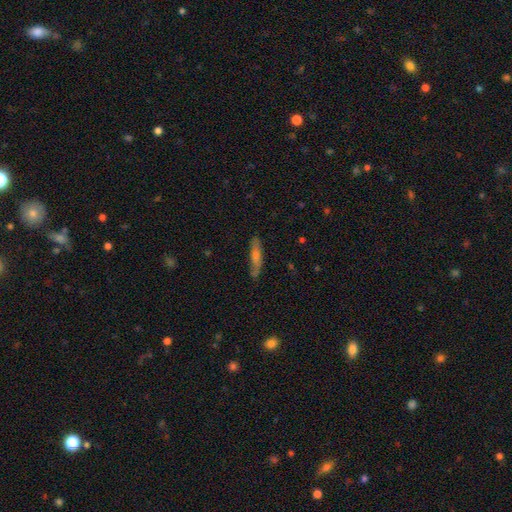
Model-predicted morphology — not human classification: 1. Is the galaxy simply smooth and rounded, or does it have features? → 51% smooth, 40% featured or disk, 9% star or artifact.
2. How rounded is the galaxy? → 83% cigar-shaped, 15% in between, 2% round.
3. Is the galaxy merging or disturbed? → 76% none, 18% minor disturbance, 4% major disturbance, 2% merger.